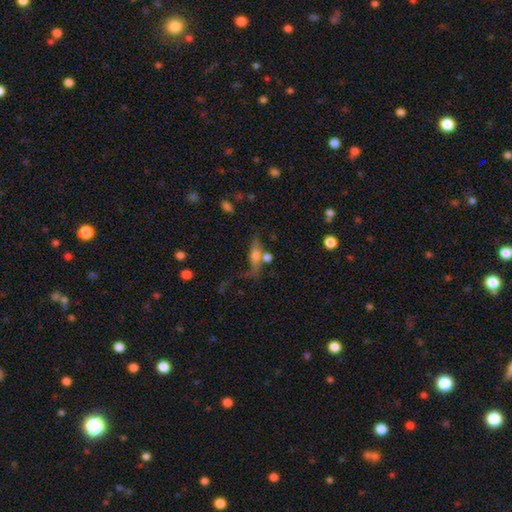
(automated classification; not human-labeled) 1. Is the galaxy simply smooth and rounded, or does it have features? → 50% smooth, 37% featured or disk, 13% star or artifact.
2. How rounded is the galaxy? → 47% cigar-shaped, 44% in between, 9% round.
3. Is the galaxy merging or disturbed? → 43% none, 22% merger, 19% minor disturbance, 17% major disturbance.